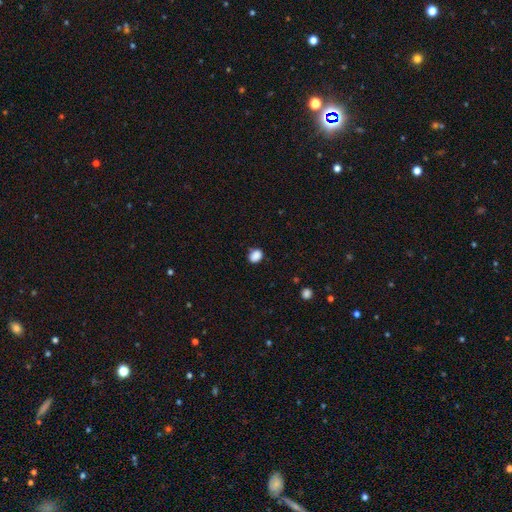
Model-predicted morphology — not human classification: Q: Smooth or featured?
A: smooth (87%); runner-up: star or artifact (10%)
Q: How rounded?
A: in between (55%); runner-up: round (44%)
Q: Merging?
A: none (78%); runner-up: minor disturbance (16%)